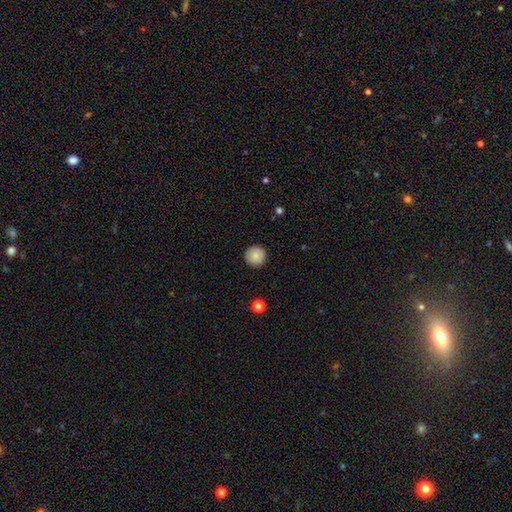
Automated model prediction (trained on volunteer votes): Smooth or featured: smooth — 86% (star or artifact — 8%)
How rounded: round — 96% (in between — 3%)
Merging: none — 92% (minor disturbance — 6%)